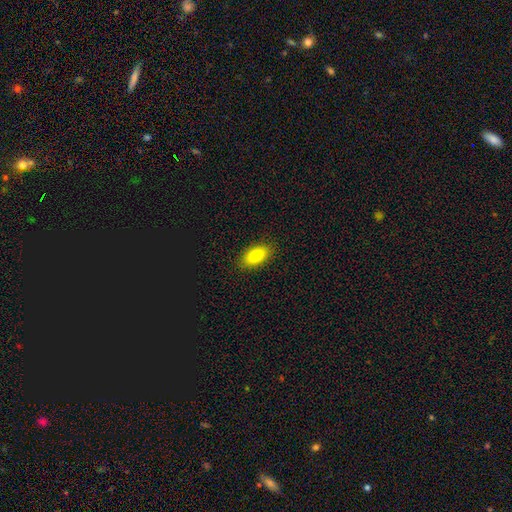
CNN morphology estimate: A smooth galaxy with no disk features (84%) that is in between round and cigar-shaped (91%).

Vote fractions:
- Smooth or featured? smooth: 84% / featured or disk: 8% / star or artifact: 8%
- How rounded? in between: 91% / cigar-shaped: 5% / round: 4%
- Merging? none: 89% / minor disturbance: 8% / major disturbance: 2% / merger: 1%